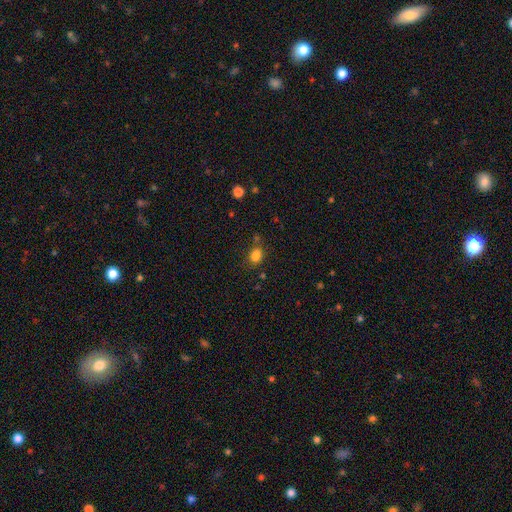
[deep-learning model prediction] A smooth galaxy with no disk features (82%) that is in between round and cigar-shaped (63%). Merging: none (66%).